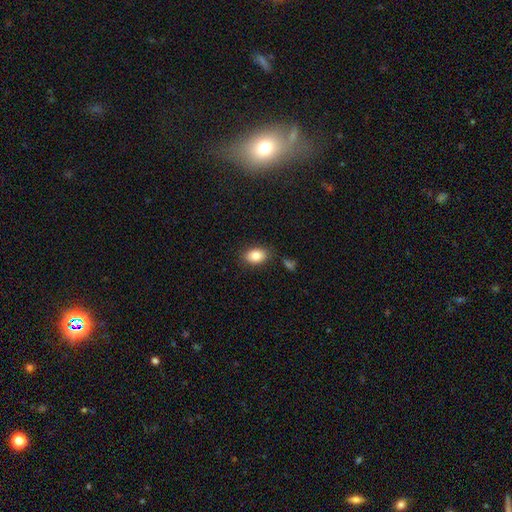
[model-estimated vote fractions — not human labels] This is clearly a smooth galaxy (84%). How rounded: clearly in between (81%). Merging: clearly none (82%).